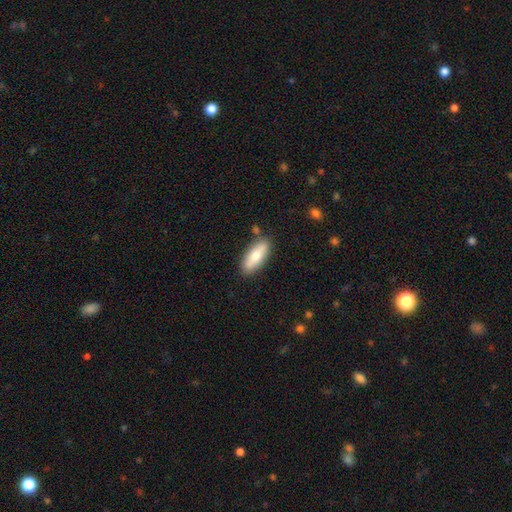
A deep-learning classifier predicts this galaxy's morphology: smooth-or-featured: smooth: 73% | featured or disk: 21% | star or artifact: 6%
  how-rounded: in between: 69% | cigar-shaped: 29% | round: 2%
  merging: none: 83% | minor disturbance: 11% | merger: 4% | major disturbance: 2%